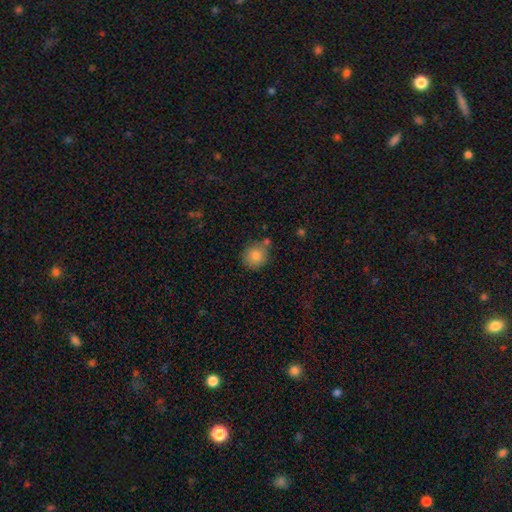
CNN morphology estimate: smooth 84%, star or artifact 9%, featured or disk 7%. Down the decision tree: how rounded — round (86%); merging — none (70%).